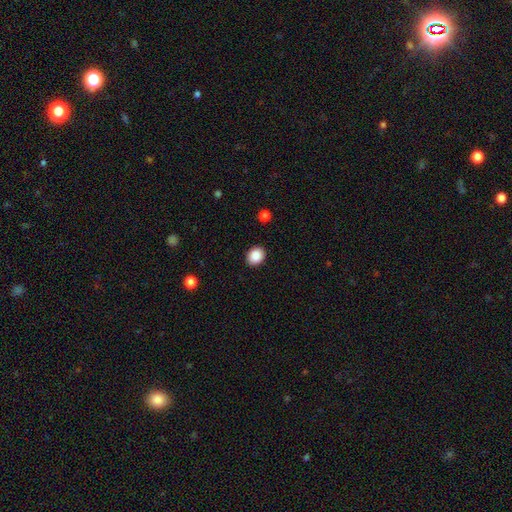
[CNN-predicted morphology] This appears to be a smooth galaxy with no disk features (89%) that is round (54%). Merging: none (90%).